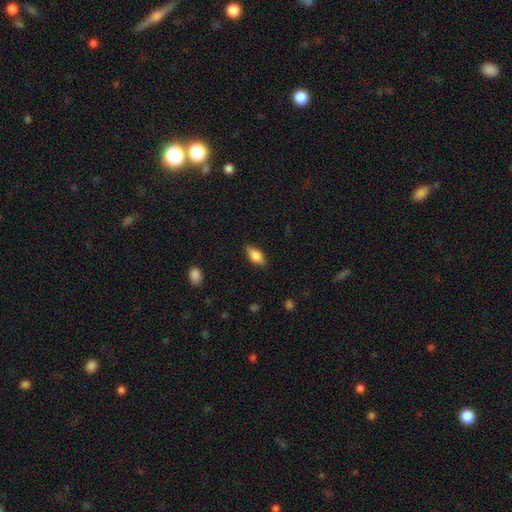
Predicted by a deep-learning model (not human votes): This is likely a smooth galaxy (72%). How rounded: clearly in between (82%). Merging: clearly none (82%).